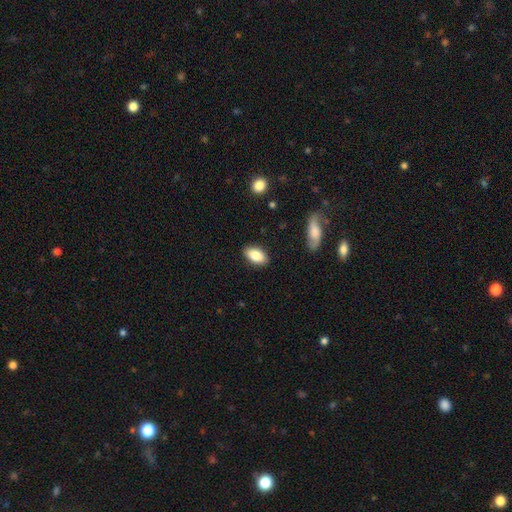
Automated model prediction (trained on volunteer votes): A smooth galaxy with no disk features (83%) that is in between round and cigar-shaped (92%). Merging: none (87%).